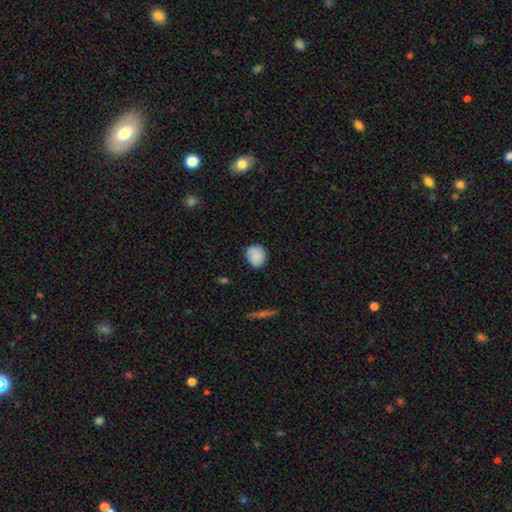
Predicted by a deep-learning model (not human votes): A smooth galaxy with no disk features (84%) that is round (75%). Merging: none (77%).